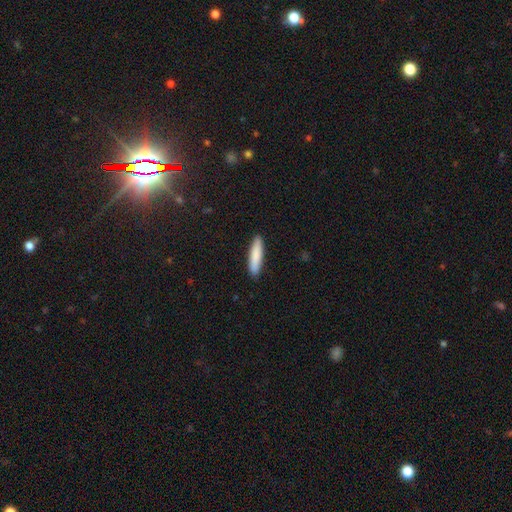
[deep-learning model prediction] Smooth or featured? Predicted: smooth (p=0.85). How rounded? Predicted: cigar-shaped (p=0.82). Merging? Predicted: none (p=0.90).